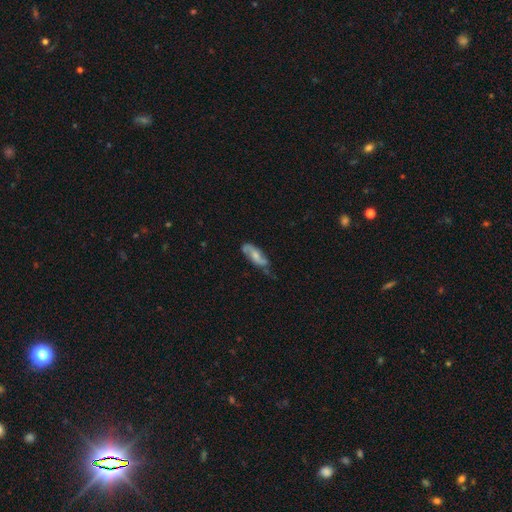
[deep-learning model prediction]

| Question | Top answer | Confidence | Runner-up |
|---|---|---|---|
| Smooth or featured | featured or disk | 57% | smooth (37%) |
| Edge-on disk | no | 87% | yes (13%) |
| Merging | none | 56% | minor disturbance (30%) |